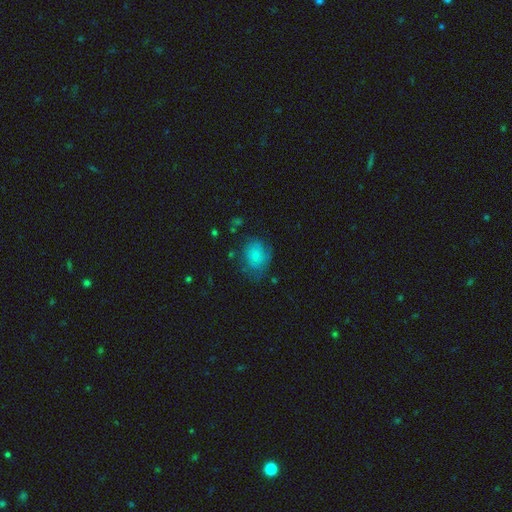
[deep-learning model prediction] Morphology: type=smooth (68%); roundness=round (52%); merging=none (54%).